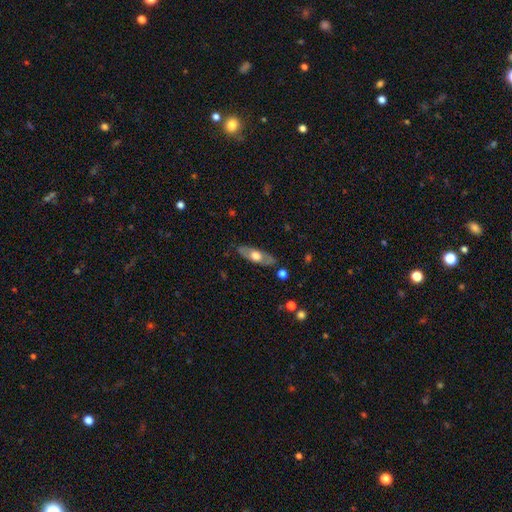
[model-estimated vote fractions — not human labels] smooth 49%, featured or disk 46%, star or artifact 5%. Down the decision tree: merging — none (82%).